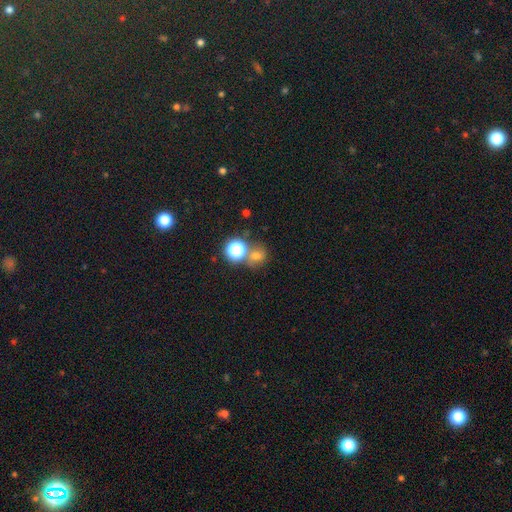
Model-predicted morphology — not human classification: Overall: smooth (63%; star or artifact 26%). How rounded: round (79%). Merging: none (59%; merger 26%).